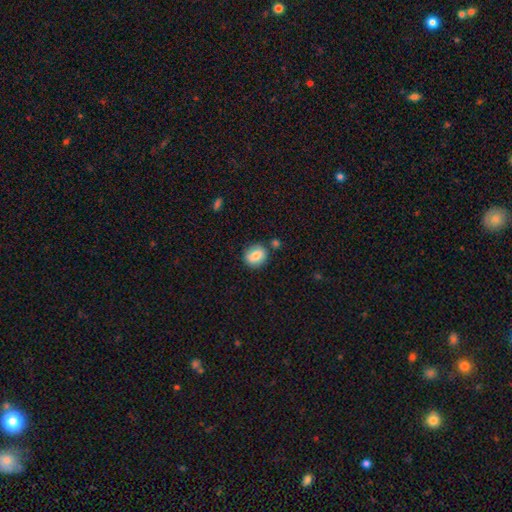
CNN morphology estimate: smooth 82%, featured or disk 10%, star or artifact 8%. Down the decision tree: how rounded — round (65%); merging — none (76%).